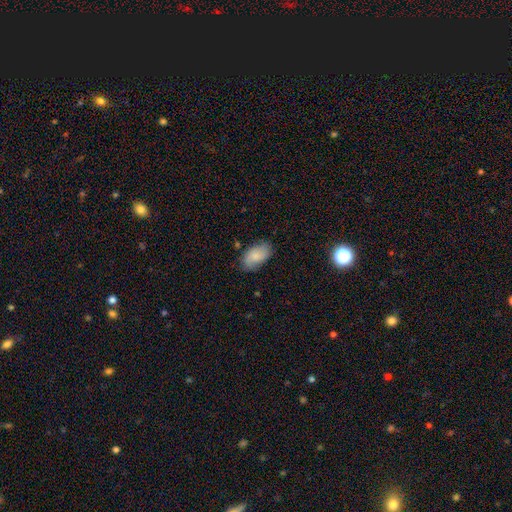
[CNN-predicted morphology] smooth_or_featured: smooth (p=0.82) [alt: featured or disk p=0.12]
how_rounded: in between (p=0.95) [alt: round p=0.03]
merging: none (p=0.77) [alt: minor disturbance p=0.18]